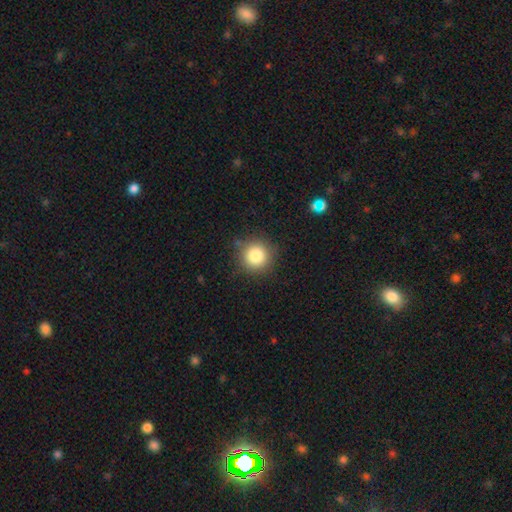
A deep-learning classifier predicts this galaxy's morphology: A smooth galaxy with no disk features (82%) that is round (94%). Merging: none (86%).